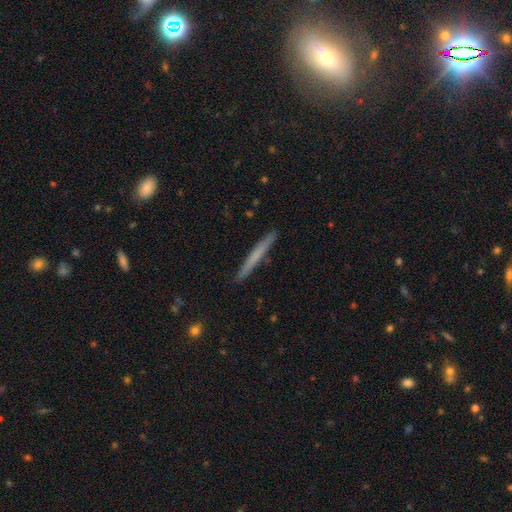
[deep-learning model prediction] Smooth or featured? smooth (56%)
How rounded? cigar-shaped (97%)
Merging? none (91%)